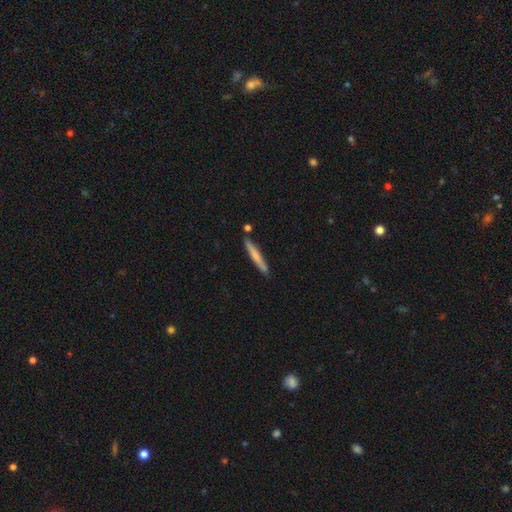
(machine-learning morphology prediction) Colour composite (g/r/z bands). It shows a smooth galaxy with no disk features (61%) that is cigar-shaped (95%). Merging: none (84%).